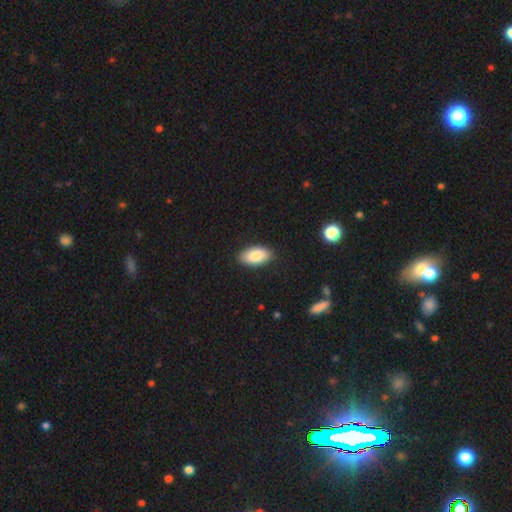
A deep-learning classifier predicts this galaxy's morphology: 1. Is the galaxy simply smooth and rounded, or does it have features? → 86% smooth, 7% featured or disk, 7% star or artifact.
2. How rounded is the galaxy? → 94% in between, 3% cigar-shaped, 3% round.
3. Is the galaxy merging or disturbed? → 87% none, 10% minor disturbance, 2% major disturbance, 1% merger.